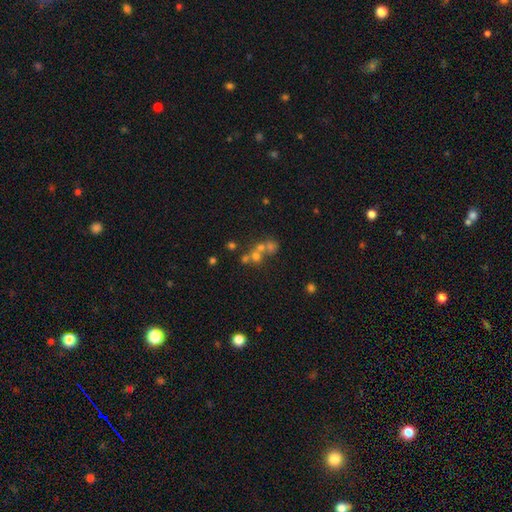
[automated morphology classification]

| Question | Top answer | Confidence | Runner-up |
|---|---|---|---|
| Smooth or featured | smooth | 39% | star or artifact (35%) |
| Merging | merger | 46% | none (40%) |